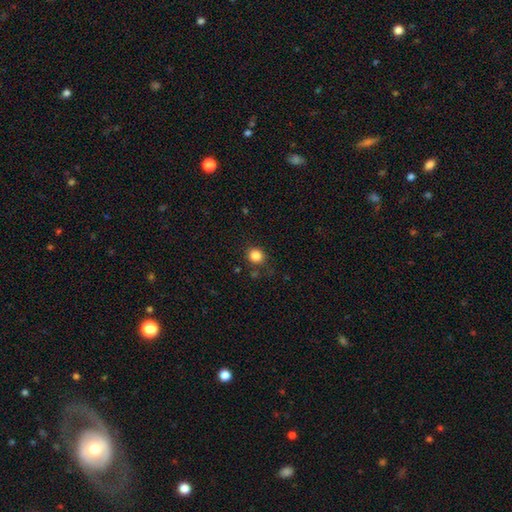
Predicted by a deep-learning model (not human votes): This is clearly a smooth galaxy (84%). How rounded: clearly round (87%). Merging: clearly none (81%).